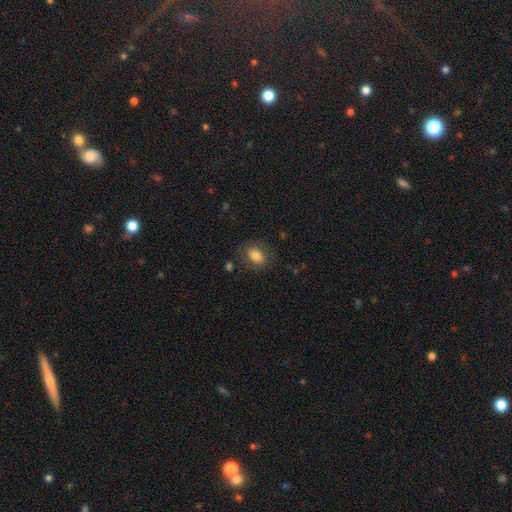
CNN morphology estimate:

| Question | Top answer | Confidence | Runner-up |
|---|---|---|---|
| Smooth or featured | smooth | 79% | featured or disk (12%) |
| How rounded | in between | 74% | round (25%) |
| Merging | none | 80% | minor disturbance (13%) |